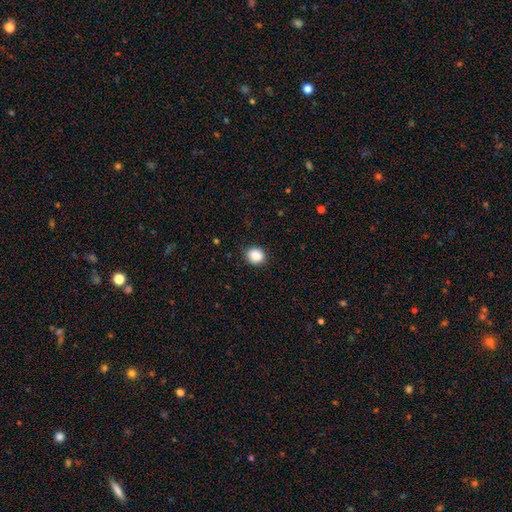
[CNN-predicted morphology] smooth_or_featured: smooth (p=0.88) [alt: star or artifact p=0.09]
how_rounded: round (p=0.78) [alt: in between p=0.21]
merging: none (p=0.87) [alt: minor disturbance p=0.09]